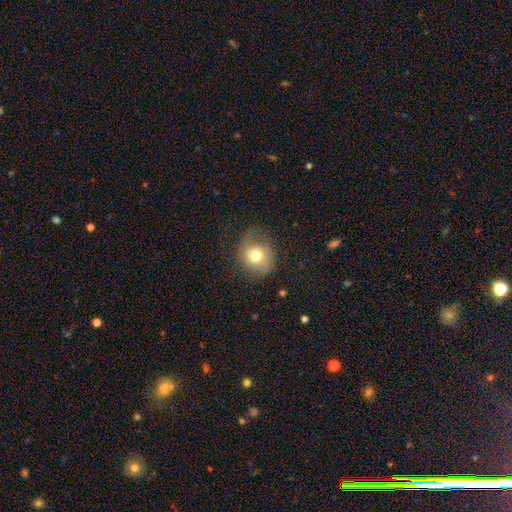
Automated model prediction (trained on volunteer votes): Smooth or featured? smooth (68%)
How rounded? round (76%)
Merging? none (58%)